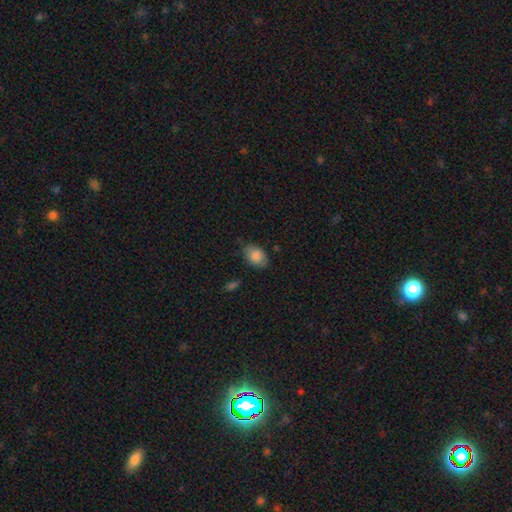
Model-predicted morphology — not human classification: smooth_or_featured: smooth (p=0.86) [alt: star or artifact p=0.07]
how_rounded: in between (p=0.85) [alt: round p=0.14]
merging: none (p=0.77) [alt: minor disturbance p=0.18]